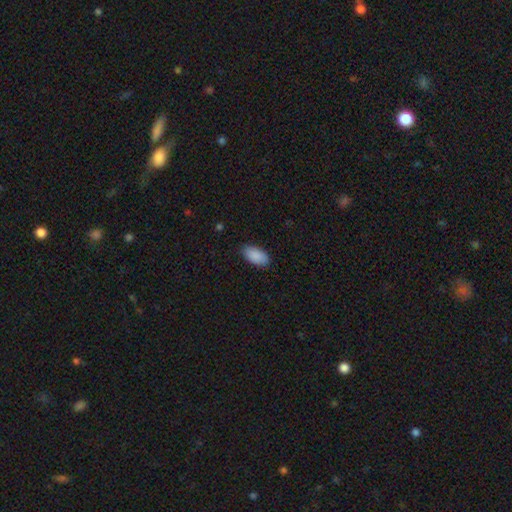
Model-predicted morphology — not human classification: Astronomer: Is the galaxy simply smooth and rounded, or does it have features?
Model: smooth — 90%.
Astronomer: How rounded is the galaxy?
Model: in between — 95%.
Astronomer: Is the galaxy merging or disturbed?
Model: none — 86%.